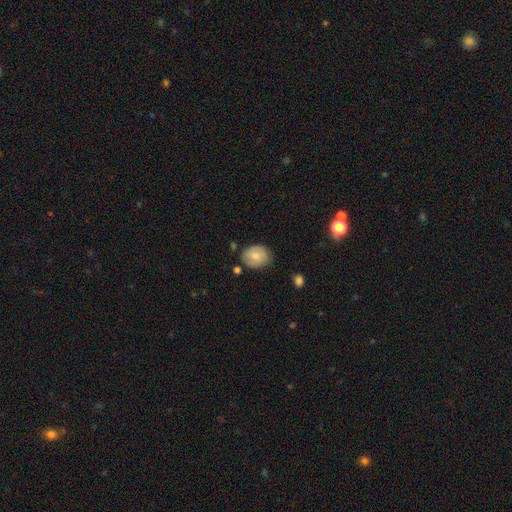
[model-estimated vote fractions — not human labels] Smooth or featured? Predicted: smooth (p=0.68). How rounded? Predicted: round (p=0.52). Merging? Predicted: none (p=0.72).